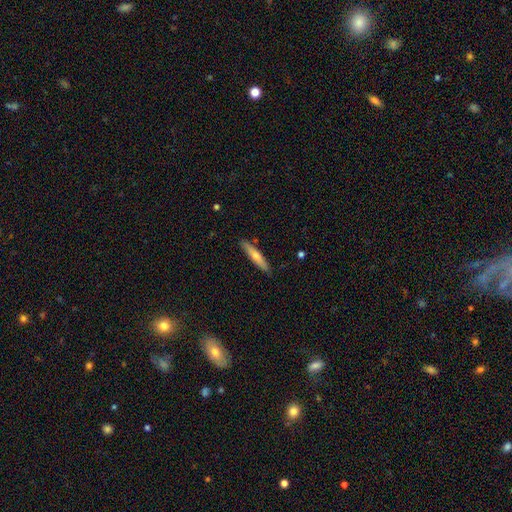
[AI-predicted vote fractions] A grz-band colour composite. It shows a smooth galaxy with no disk features (49%). Merging: none (90%).